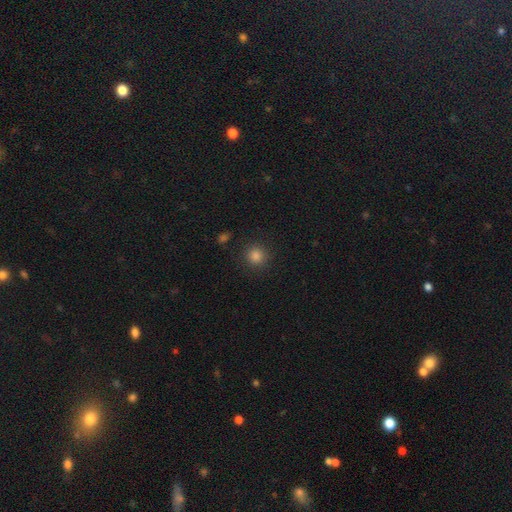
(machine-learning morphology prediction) This appears to be a smooth galaxy with no disk features (82%) that is round (93%). Merging: none (90%).